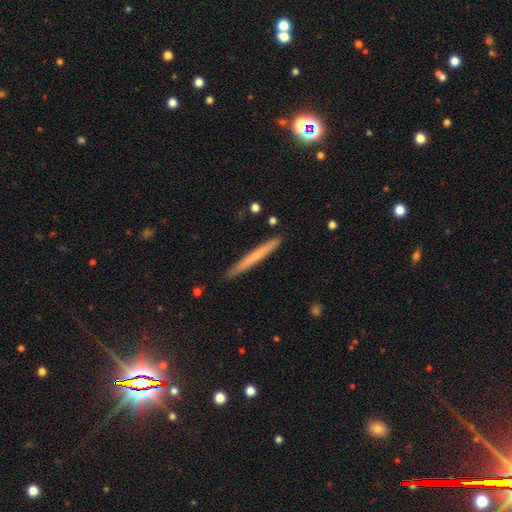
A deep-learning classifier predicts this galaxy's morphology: smooth-or-featured: smooth: 59% | featured or disk: 35% | star or artifact: 6%
  how-rounded: cigar-shaped: 97% | in between: 2% | round: 1%
  merging: none: 91% | minor disturbance: 6% | major disturbance: 1% | merger: 1%